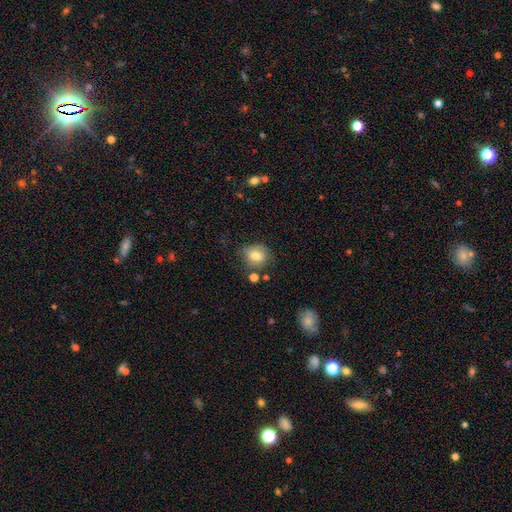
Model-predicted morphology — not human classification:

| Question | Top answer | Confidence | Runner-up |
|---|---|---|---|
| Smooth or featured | smooth | 76% | featured or disk (14%) |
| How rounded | round | 66% | in between (33%) |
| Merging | none | 65% | minor disturbance (22%) |